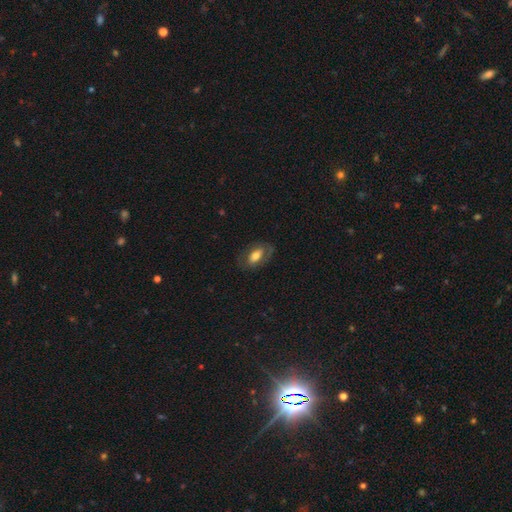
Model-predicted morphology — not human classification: Smooth or featured: smooth — 61% (featured or disk — 32%)
How rounded: in between — 91% (round — 6%)
Merging: none — 74% (minor disturbance — 17%)